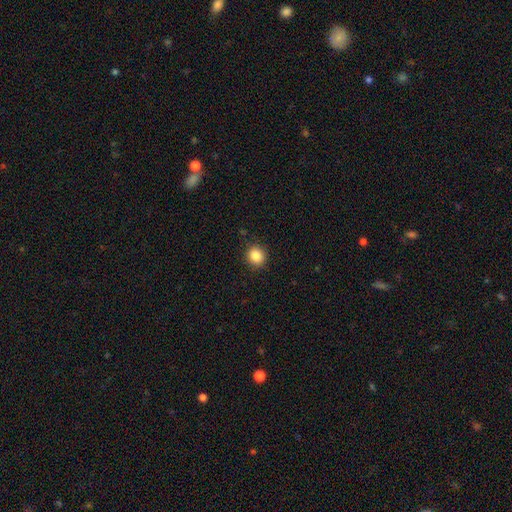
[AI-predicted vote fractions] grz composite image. It shows a smooth galaxy with no disk features (86%) that is round (85%). Merging: none (90%).